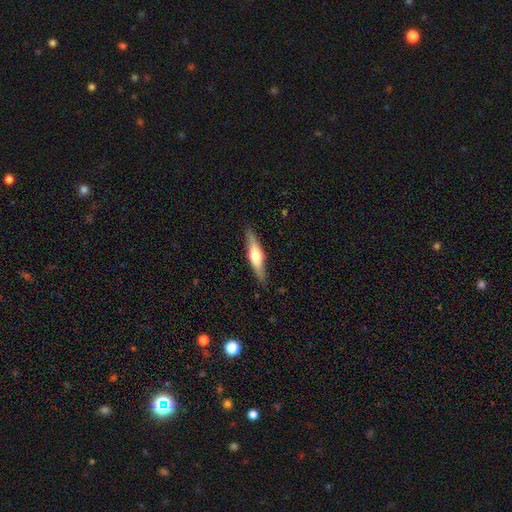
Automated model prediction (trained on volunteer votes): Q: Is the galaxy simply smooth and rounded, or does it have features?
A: featured or disk — 49%.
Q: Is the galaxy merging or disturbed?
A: none — 87%.